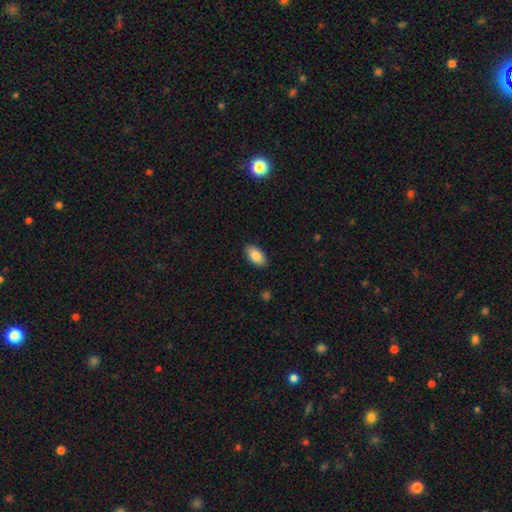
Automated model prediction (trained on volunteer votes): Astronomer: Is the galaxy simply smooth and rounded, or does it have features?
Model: smooth — 84%.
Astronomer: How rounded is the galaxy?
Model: in between — 94%.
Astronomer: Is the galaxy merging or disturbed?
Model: none — 89%.